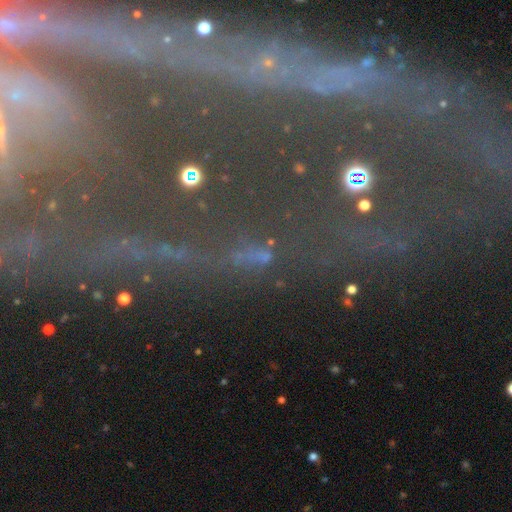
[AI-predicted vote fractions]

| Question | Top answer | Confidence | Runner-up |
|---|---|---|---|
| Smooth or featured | star or artifact | 71% | featured or disk (16%) |